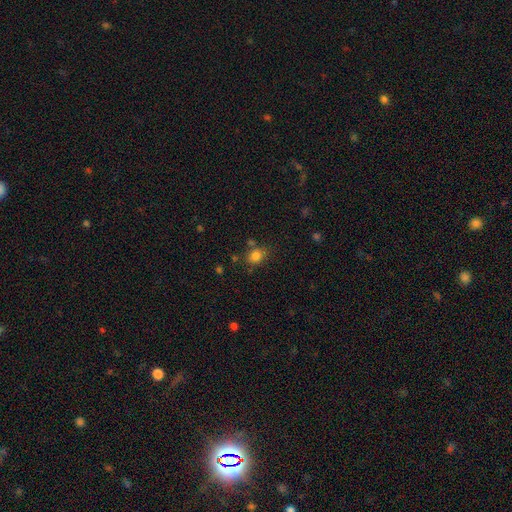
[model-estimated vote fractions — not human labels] Q: Smooth or featured?
A: smooth (81%); runner-up: star or artifact (13%)
Q: How rounded?
A: round (64%); runner-up: in between (35%)
Q: Merging?
A: none (69%); runner-up: minor disturbance (16%)